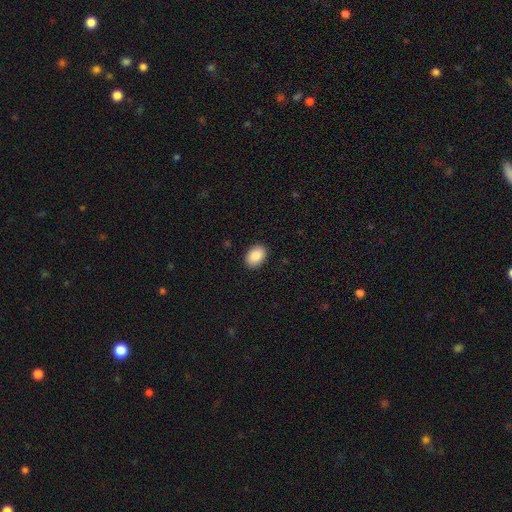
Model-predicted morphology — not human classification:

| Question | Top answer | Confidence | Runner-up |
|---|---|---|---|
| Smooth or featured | smooth | 89% | star or artifact (7%) |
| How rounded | in between | 85% | round (14%) |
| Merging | none | 91% | minor disturbance (7%) |